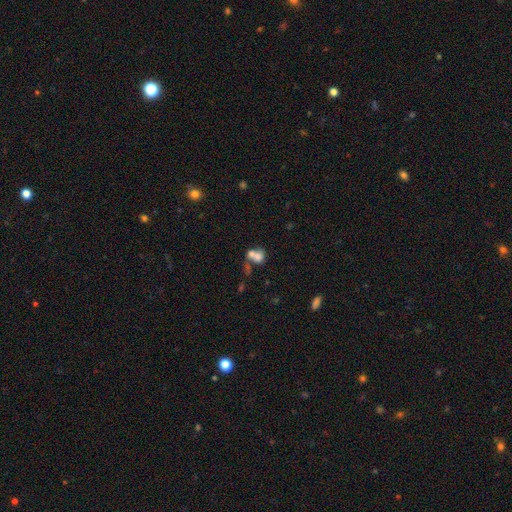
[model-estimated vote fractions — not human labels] Smooth or featured? Predicted: smooth (p=0.68). How rounded? Predicted: in between (p=0.54). Merging? Predicted: merger (p=0.65).